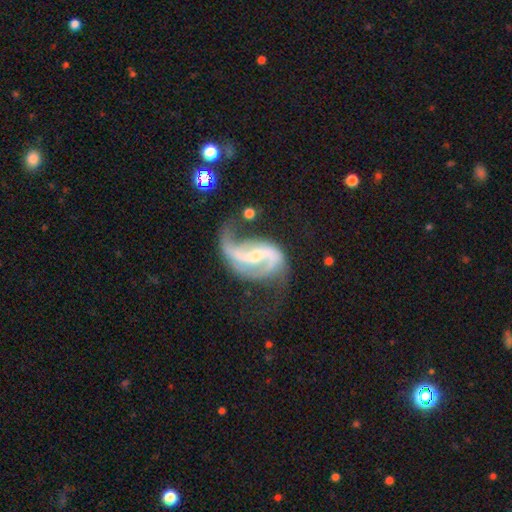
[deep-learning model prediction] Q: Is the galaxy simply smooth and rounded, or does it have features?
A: featured or disk — 89%.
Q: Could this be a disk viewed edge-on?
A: no — 97%.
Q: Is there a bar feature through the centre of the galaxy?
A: strong — 45%.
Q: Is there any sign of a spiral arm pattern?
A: yes — 96%.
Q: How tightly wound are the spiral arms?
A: loose — 64%.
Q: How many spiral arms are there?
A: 2 — 84%.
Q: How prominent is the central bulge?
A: small — 60%.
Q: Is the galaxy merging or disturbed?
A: none — 43%.